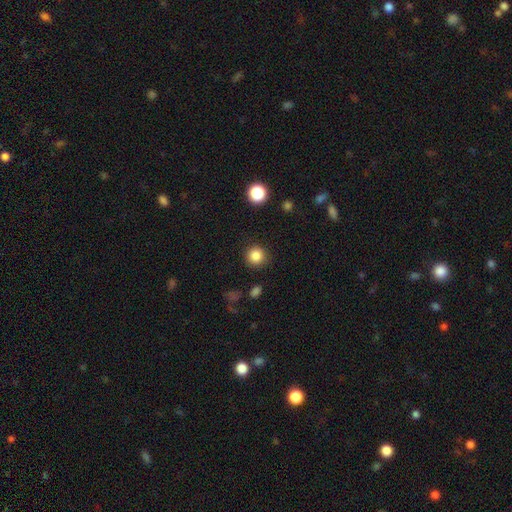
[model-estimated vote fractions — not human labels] Smooth or featured? smooth (85%)
How rounded? round (94%)
Merging? none (90%)